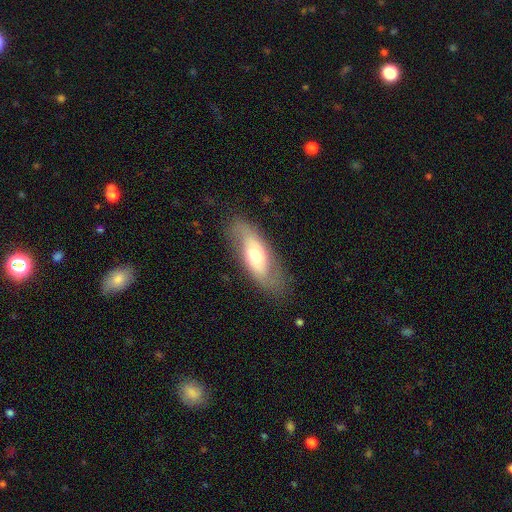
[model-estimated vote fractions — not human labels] smooth-or-featured: featured or disk: 50% | smooth: 44% | star or artifact: 6%
  merging: none: 76% | minor disturbance: 16% | major disturbance: 7% | merger: 1%